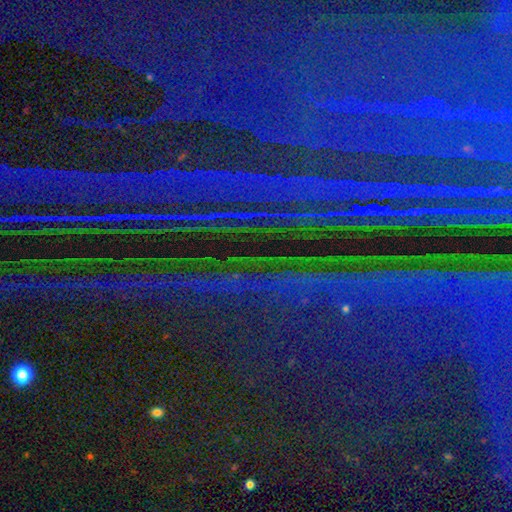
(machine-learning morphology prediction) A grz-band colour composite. It shows a star or artifact, not a galaxy (89%).